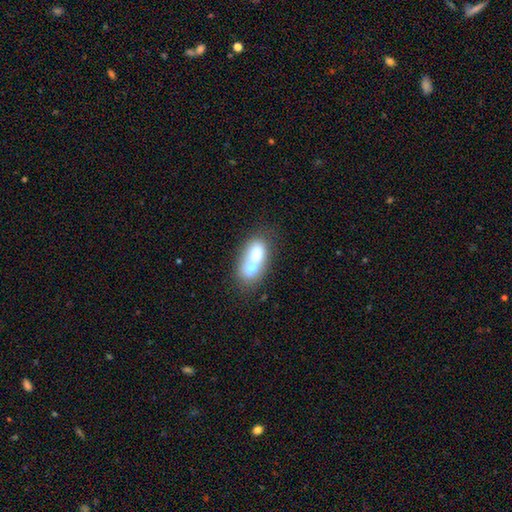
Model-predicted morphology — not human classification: Overall: smooth (66%). How rounded: in between (80%). Merging: merger (62%; none 23%).